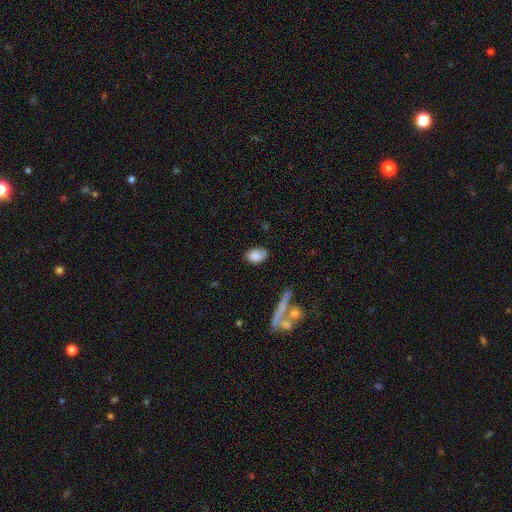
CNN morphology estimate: smooth 84%, featured or disk 9%, star or artifact 7%. Down the decision tree: how rounded — in between (87%); merging — none (76%).